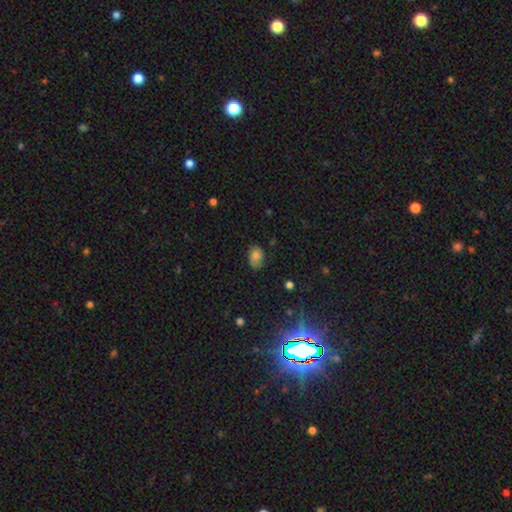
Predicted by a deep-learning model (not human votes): smooth 78%, featured or disk 12%, star or artifact 10%. Down the decision tree: how rounded — in between (79%); merging — none (67%).